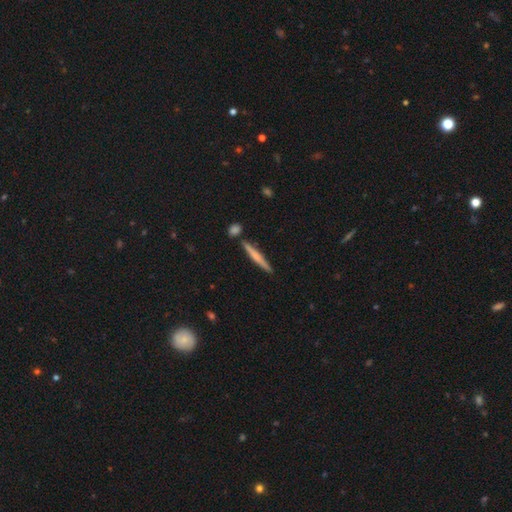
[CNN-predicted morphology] Smooth or featured? smooth (57%)
How rounded? cigar-shaped (95%)
Merging? none (83%)